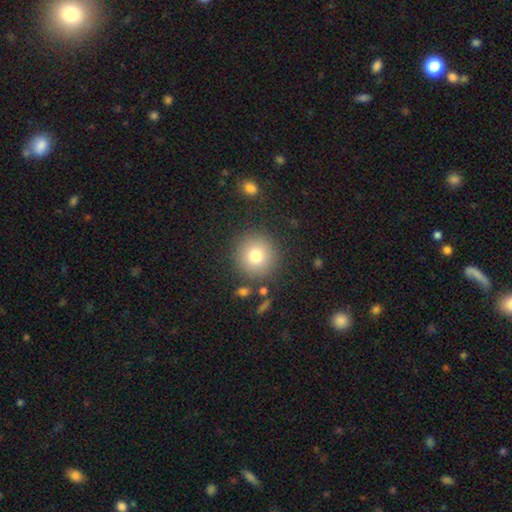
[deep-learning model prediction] The model was most divided on "smooth or featured": smooth: 77%, star or artifact: 12%, featured or disk: 11%. More confident: how rounded — round (93%); merging — none (86%).